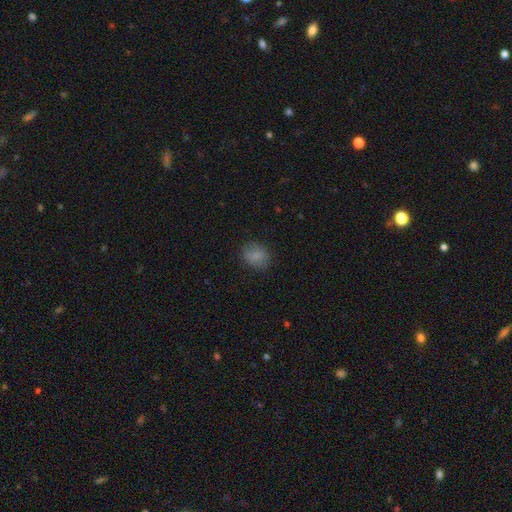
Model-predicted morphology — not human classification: This appears to be a smooth galaxy with no disk features (83%) that is round (56%). Merging: none (81%).